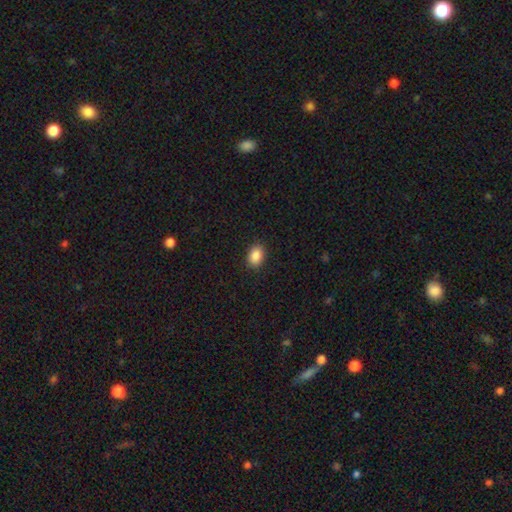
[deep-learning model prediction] Smooth or featured? smooth (88%)
How rounded? in between (78%)
Merging? none (89%)